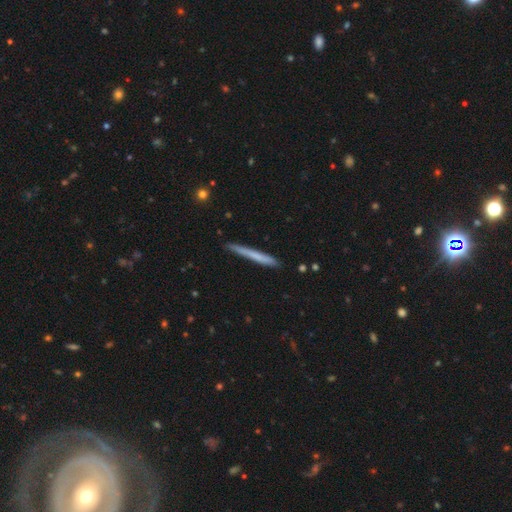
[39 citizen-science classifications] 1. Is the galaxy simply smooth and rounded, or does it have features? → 59% smooth, 38% featured or disk, 3% star or artifact.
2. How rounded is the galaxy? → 100% cigar-shaped, 0% round, 0% in between.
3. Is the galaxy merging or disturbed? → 87% none, 8% minor disturbance, 3% major disturbance, 3% merger.